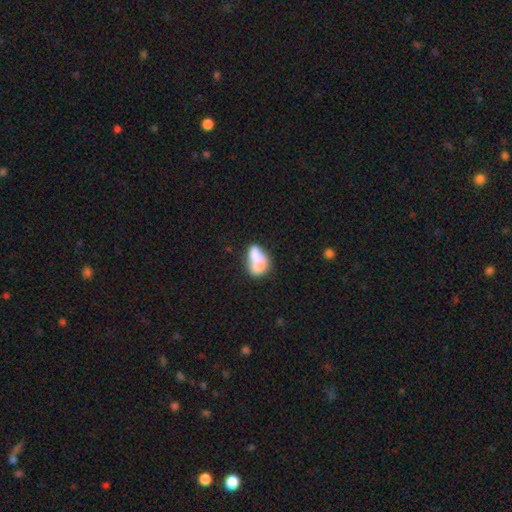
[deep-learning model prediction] Smooth or featured?
  - smooth: 72% *
  - featured or disk: 19%
  - star or artifact: 8%
How rounded?
  - in between: 88% *
  - round: 8%
  - cigar-shaped: 4%
Merging?
  - none: 34% *
  - merger: 27%
  - minor disturbance: 25%
  - major disturbance: 14%